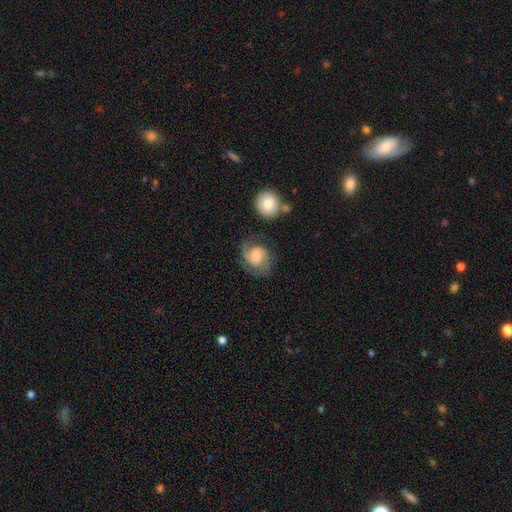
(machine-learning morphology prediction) The model was most divided on "bar": no: 49%, weak: 44%, strong: 8%. More confident: edge-on disk — no (98%); spiral arms — yes (95%); spiral arm count — 2 (82%); smooth or featured — featured or disk (74%); merging — none (67%); bulge size — moderate (54%); spiral winding — medium (52%).